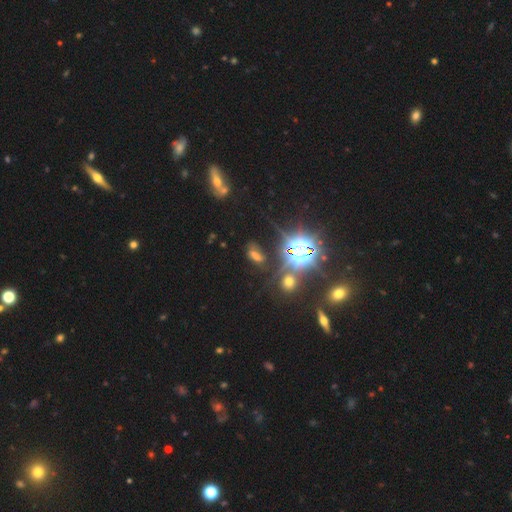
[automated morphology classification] smooth-or-featured: star or artifact: 50% | smooth: 34% | featured or disk: 17%